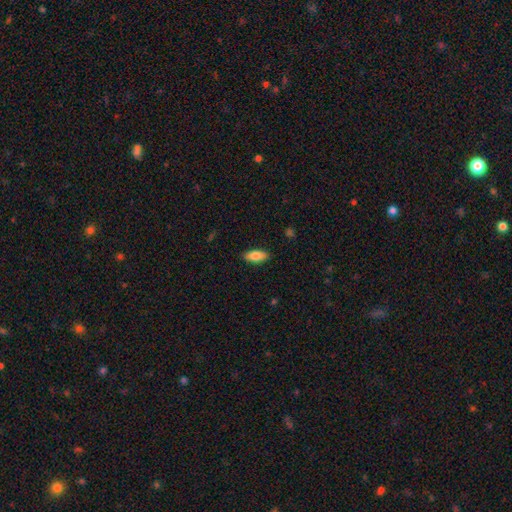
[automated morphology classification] smooth 83%, featured or disk 10%, star or artifact 6%. Down the decision tree: how rounded — in between (82%); merging — none (88%).